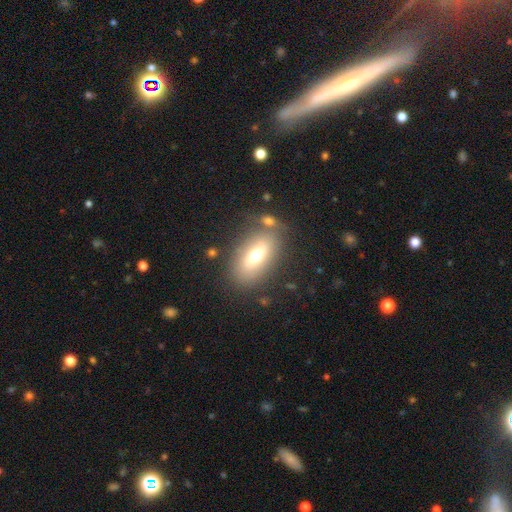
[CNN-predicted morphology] The model was most divided on "smooth or featured": smooth: 60%, featured or disk: 31%, star or artifact: 9%. More confident: how rounded — in between (85%); merging — none (74%).